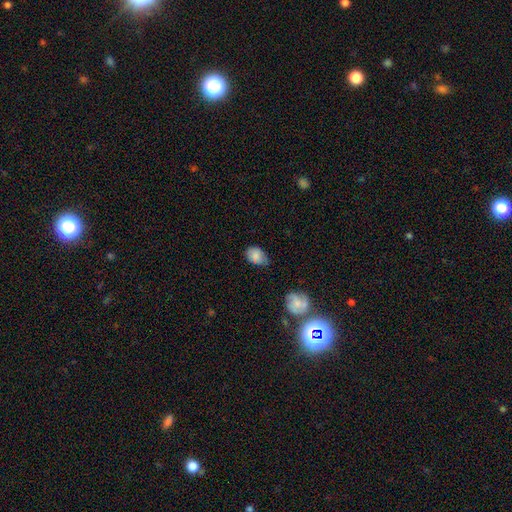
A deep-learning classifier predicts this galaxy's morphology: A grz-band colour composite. It shows a smooth galaxy with no disk features (82%) that is in between round and cigar-shaped (78%). Merging: none (55%).